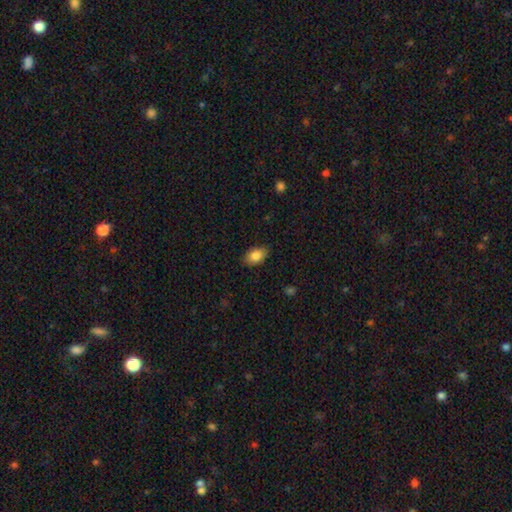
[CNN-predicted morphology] This is clearly a smooth galaxy (84%). How rounded: clearly in between (90%). Merging: clearly none (86%).